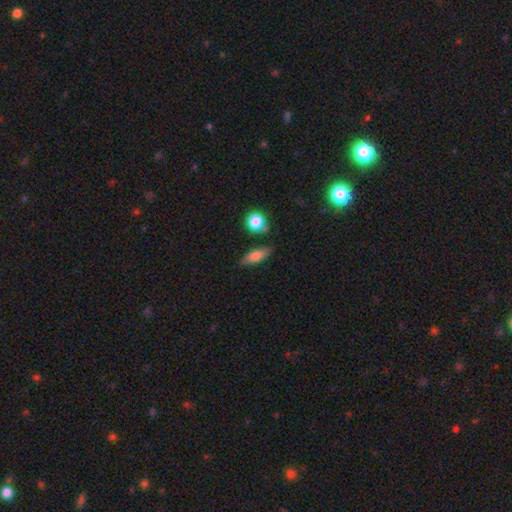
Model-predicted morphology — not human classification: This is likely a smooth galaxy (74%). How rounded: likely in between (65%). Merging: likely none (77%).